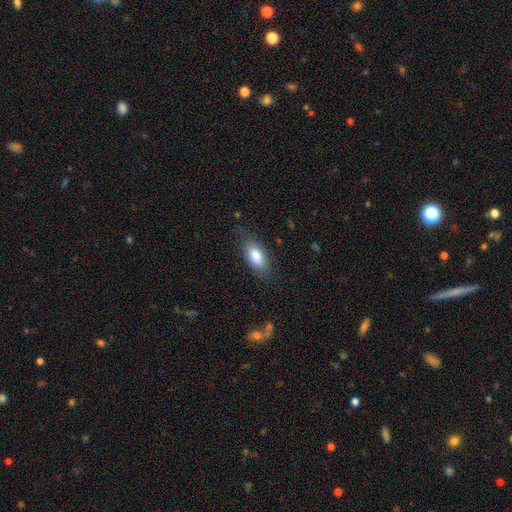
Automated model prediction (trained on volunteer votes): This is clearly a smooth galaxy (83%). How rounded: clearly in between (87%). Merging: likely none (75%).